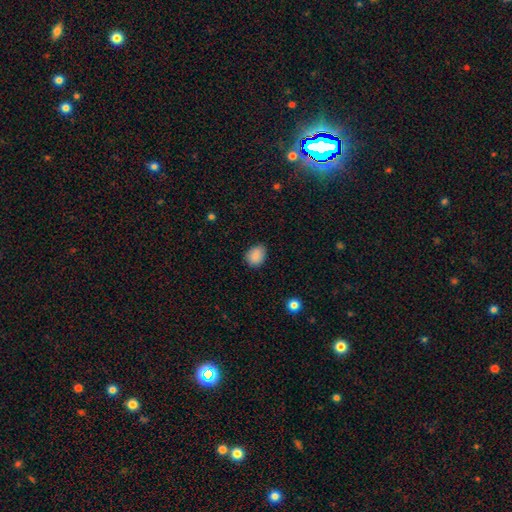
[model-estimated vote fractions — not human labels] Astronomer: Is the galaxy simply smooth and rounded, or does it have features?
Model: smooth — 87%.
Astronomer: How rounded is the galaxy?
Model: in between — 57% (runner-up: round, 42%).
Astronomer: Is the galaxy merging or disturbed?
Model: none — 78%.